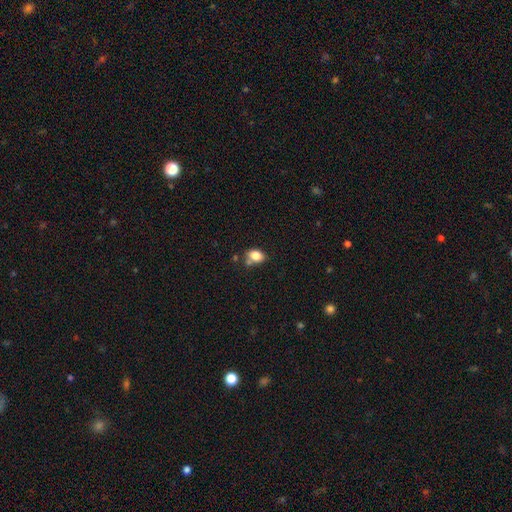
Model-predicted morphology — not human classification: Overall: smooth (82%). How rounded: in between (72%). Merging: none (58%; minor disturbance 20%).